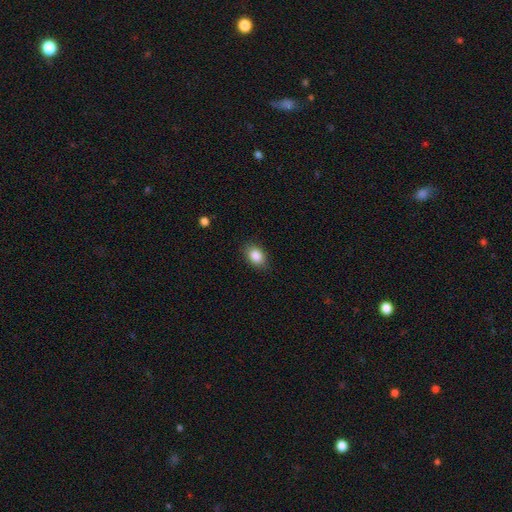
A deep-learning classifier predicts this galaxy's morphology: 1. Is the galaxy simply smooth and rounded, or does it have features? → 86% smooth, 8% star or artifact, 5% featured or disk.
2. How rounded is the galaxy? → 75% in between, 24% round, 1% cigar-shaped.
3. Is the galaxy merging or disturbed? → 85% none, 11% minor disturbance, 3% major disturbance, 1% merger.